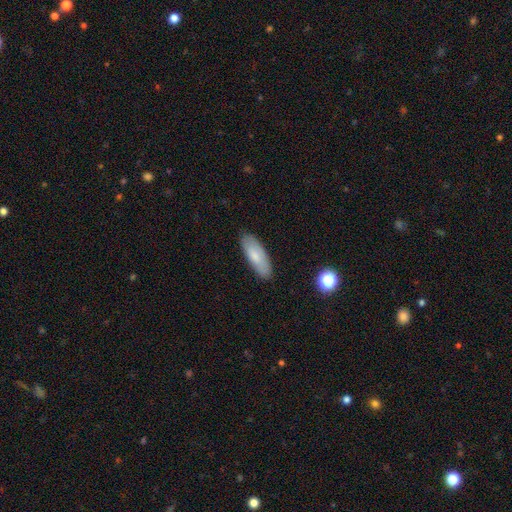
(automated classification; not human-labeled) smooth-or-featured: smooth: 76% | featured or disk: 17% | star or artifact: 6%
  how-rounded: in between: 66% | cigar-shaped: 32% | round: 2%
  merging: none: 86% | minor disturbance: 11% | major disturbance: 2% | merger: 1%